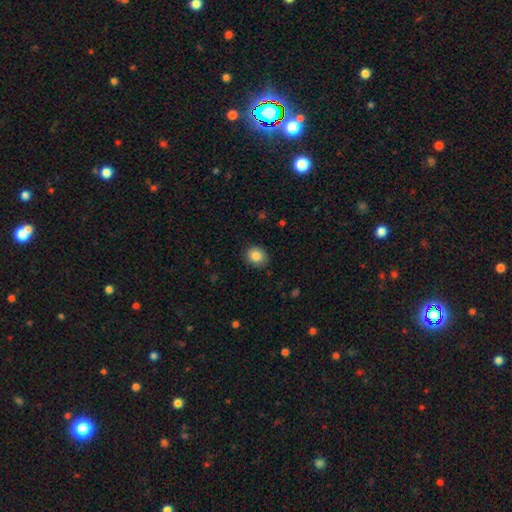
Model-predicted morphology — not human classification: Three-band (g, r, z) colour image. It shows a smooth galaxy with no disk features (87%) that is round (69%). Merging: none (84%).